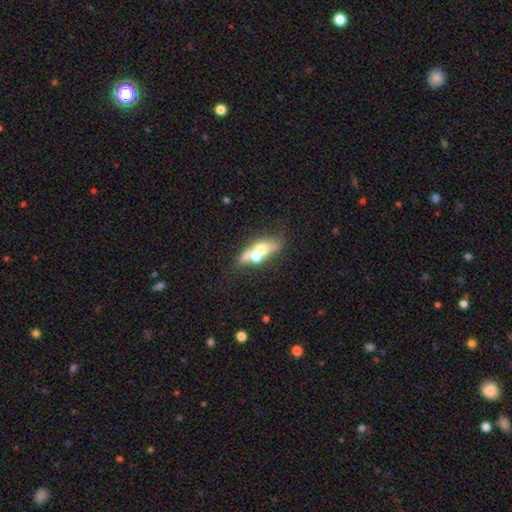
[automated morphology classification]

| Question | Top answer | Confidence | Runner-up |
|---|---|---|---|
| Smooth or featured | smooth | 50% | featured or disk (40%) |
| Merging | merger | 58% | none (27%) |